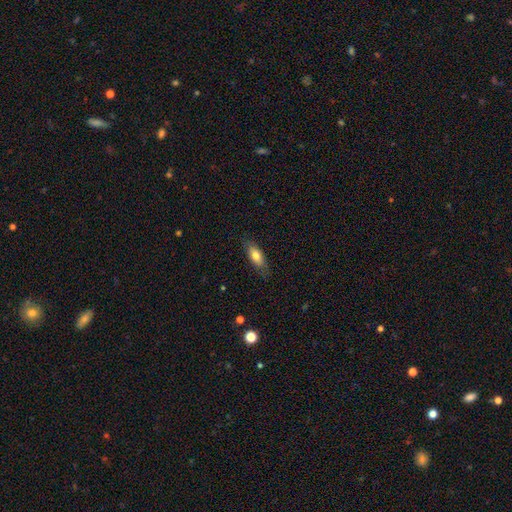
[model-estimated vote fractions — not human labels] Smooth or featured?
  - smooth: 73% *
  - featured or disk: 20%
  - star or artifact: 7%
How rounded?
  - in between: 74% *
  - cigar-shaped: 23%
  - round: 3%
Merging?
  - none: 81% *
  - minor disturbance: 15%
  - major disturbance: 3%
  - merger: 1%